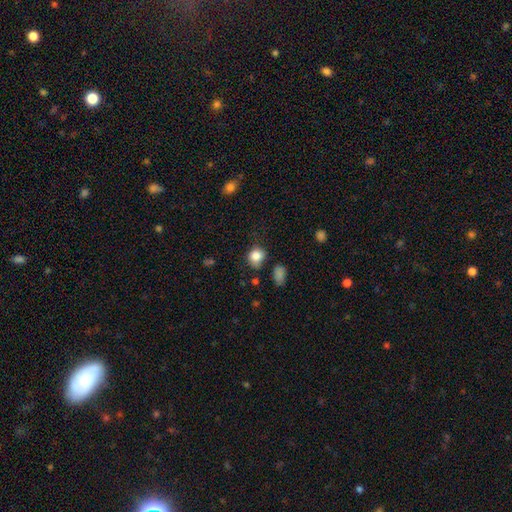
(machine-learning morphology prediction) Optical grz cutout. It shows a smooth galaxy with no disk features (84%) that is round (75%). Merging: none (65%).